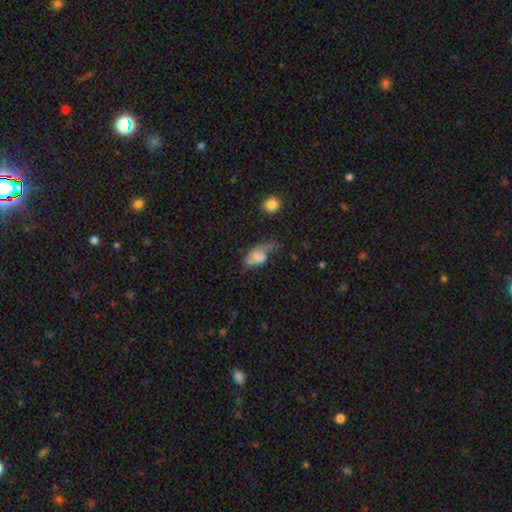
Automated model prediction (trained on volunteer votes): Smooth or featured? smooth (53%)
How rounded? in between (84%)
Merging? none (35%)